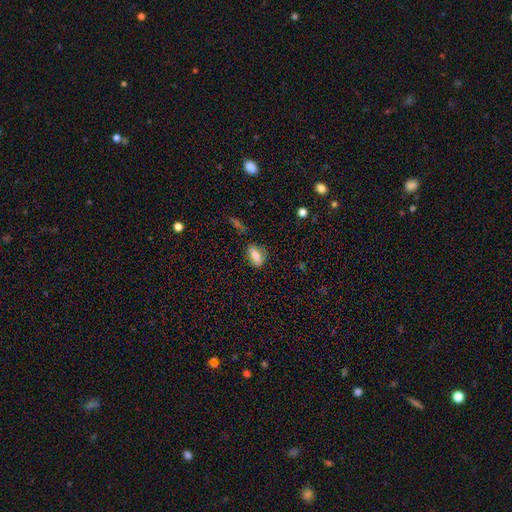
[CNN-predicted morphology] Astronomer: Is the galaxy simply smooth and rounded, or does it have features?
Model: smooth — 69%.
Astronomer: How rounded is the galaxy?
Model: in between — 74%.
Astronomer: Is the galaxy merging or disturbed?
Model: none — 77%.